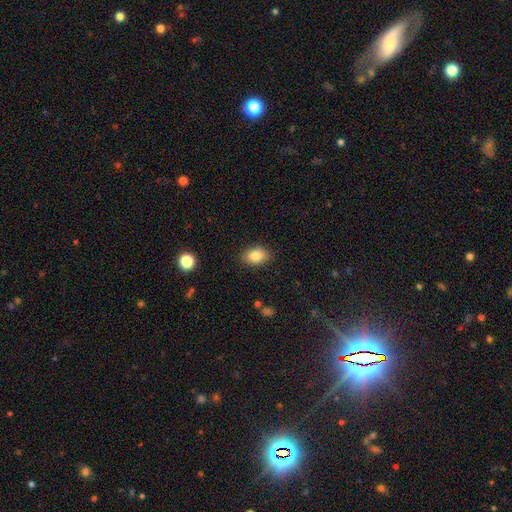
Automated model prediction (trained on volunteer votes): Smooth or featured?
  - smooth: 84% *
  - star or artifact: 8%
  - featured or disk: 7%
How rounded?
  - in between: 84% *
  - round: 14%
  - cigar-shaped: 1%
Merging?
  - none: 86% *
  - minor disturbance: 10%
  - major disturbance: 3%
  - merger: 1%